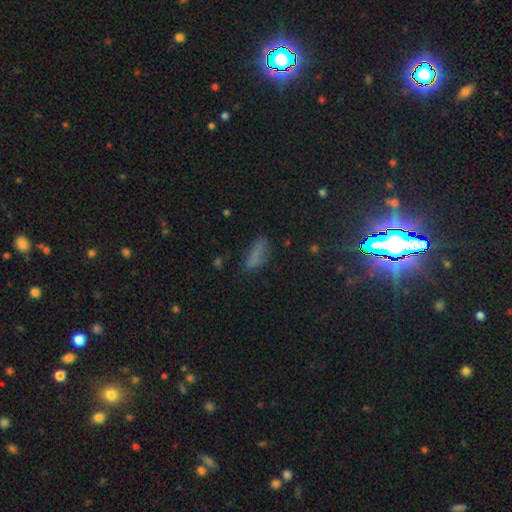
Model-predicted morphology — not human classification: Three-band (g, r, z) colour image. It shows a smooth galaxy with no disk features (67%) that is in between round and cigar-shaped (56%). Merging: none (64%).